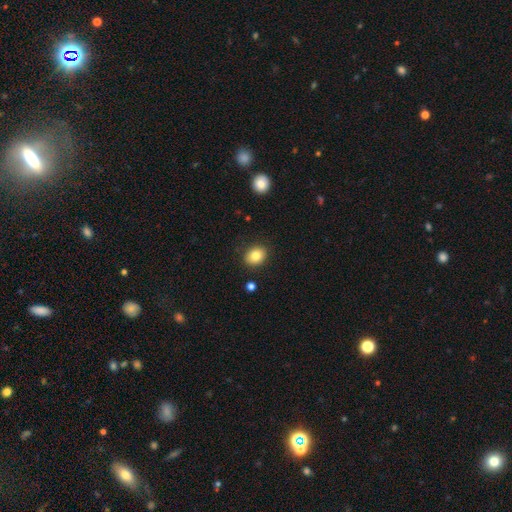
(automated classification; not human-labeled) Smooth or featured?
  - smooth: 83% *
  - star or artifact: 9%
  - featured or disk: 8%
How rounded?
  - round: 53% *
  - in between: 46%
  - cigar-shaped: 1%
Merging?
  - none: 87% *
  - minor disturbance: 9%
  - major disturbance: 2%
  - merger: 2%